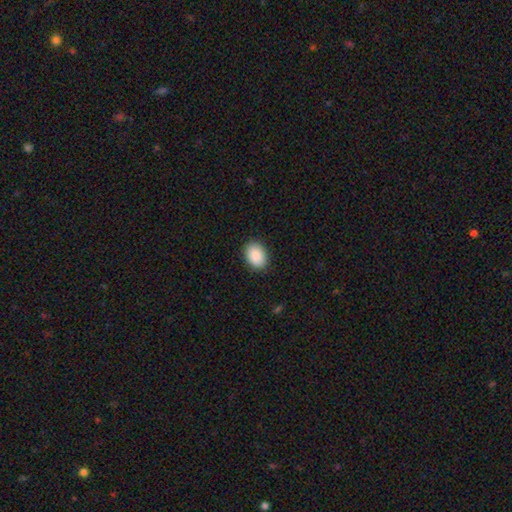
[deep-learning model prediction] smooth_or_featured: smooth (p=0.90) [alt: star or artifact p=0.07]
how_rounded: in between (p=0.75) [alt: round p=0.24]
merging: none (p=0.89) [alt: minor disturbance p=0.08]